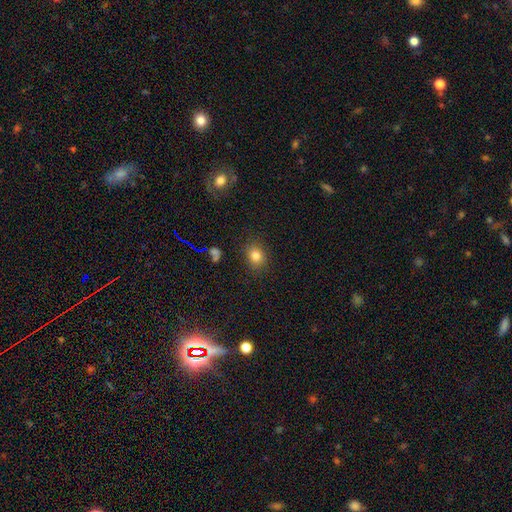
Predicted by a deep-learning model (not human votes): A smooth galaxy with no disk features (81%) that is round (65%).

Vote fractions:
- Smooth or featured? smooth: 81% / star or artifact: 13% / featured or disk: 6%
- How rounded? round: 65% / in between: 34% / cigar-shaped: 1%
- Merging? none: 85% / minor disturbance: 10% / major disturbance: 3% / merger: 2%